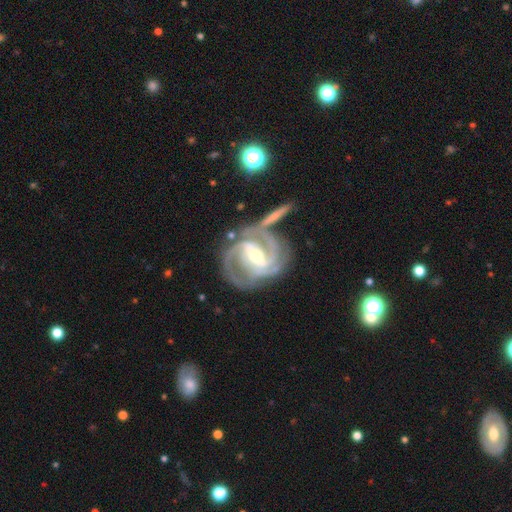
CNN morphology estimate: Q: Smooth or featured?
A: featured or disk (93%); runner-up: star or artifact (4%)
Q: Edge-on disk?
A: no (97%); runner-up: yes (3%)
Q: Bar?
A: strong (54%); runner-up: weak (35%)
Q: Spiral arms?
A: yes (98%); runner-up: no (2%)
Q: Spiral winding?
A: tight (50%); runner-up: medium (43%)
Q: Spiral arm count?
A: 3 (43%); runner-up: 2 (31%)
Q: Bulge size?
A: moderate (53%); runner-up: small (43%)
Q: Merging?
A: none (62%); runner-up: minor disturbance (16%)